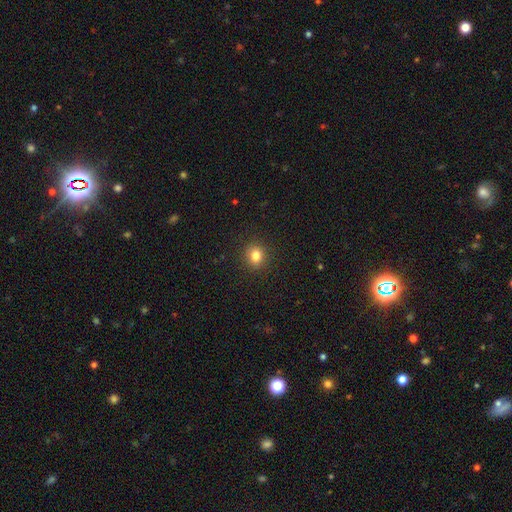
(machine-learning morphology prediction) Q: Smooth or featured?
A: smooth (82%); runner-up: star or artifact (12%)
Q: How rounded?
A: round (80%); runner-up: in between (20%)
Q: Merging?
A: none (91%); runner-up: minor disturbance (6%)